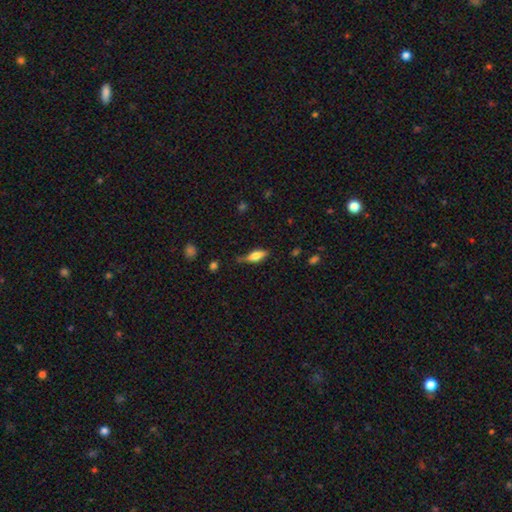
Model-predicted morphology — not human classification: type=smooth (61%); roundness=in between (60%); merging=none (69%).